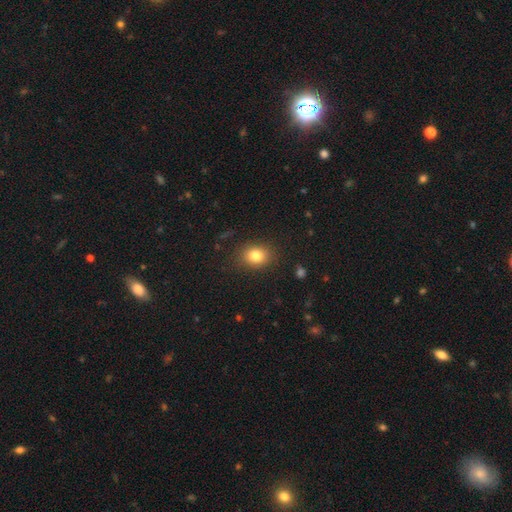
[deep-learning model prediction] Smooth or featured?
  - smooth: 81% *
  - star or artifact: 11%
  - featured or disk: 8%
How rounded?
  - in between: 50% *
  - round: 49%
  - cigar-shaped: 1%
Merging?
  - none: 86% *
  - minor disturbance: 10%
  - major disturbance: 3%
  - merger: 1%